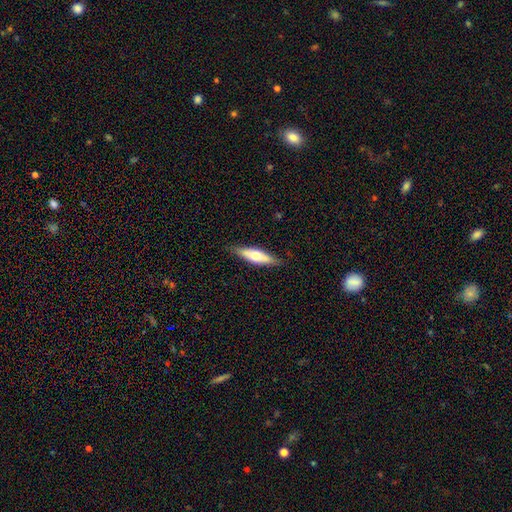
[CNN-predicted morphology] This appears to be a smooth galaxy with no disk features (52%) that is cigar-shaped (59%). Merging: none (86%).